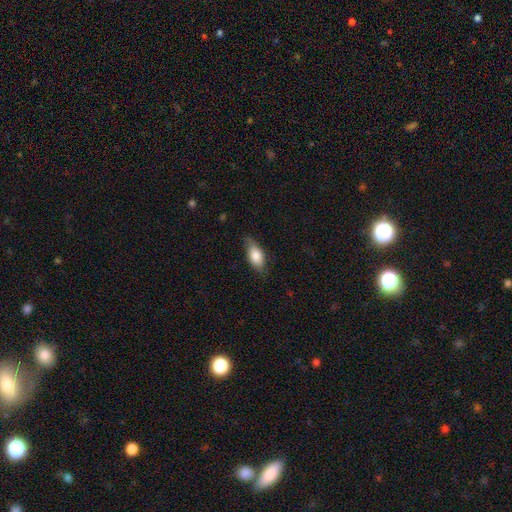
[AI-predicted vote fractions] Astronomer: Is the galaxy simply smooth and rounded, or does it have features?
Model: smooth — 80%.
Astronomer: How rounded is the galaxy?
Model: in between — 85%.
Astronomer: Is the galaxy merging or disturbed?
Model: none — 73%.